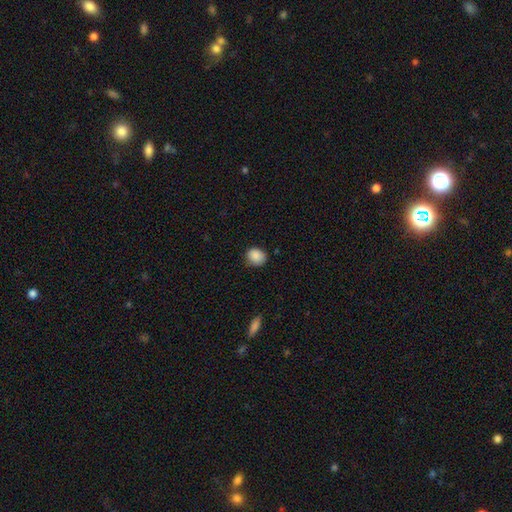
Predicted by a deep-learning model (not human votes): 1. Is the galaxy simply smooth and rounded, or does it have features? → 88% smooth, 8% star or artifact, 4% featured or disk.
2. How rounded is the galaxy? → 69% round, 30% in between, 1% cigar-shaped.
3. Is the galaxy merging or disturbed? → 79% none, 17% minor disturbance, 3% major disturbance, 1% merger.